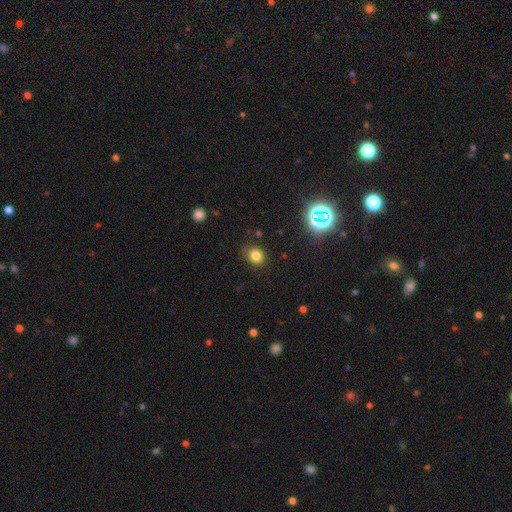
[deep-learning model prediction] smooth 78%, star or artifact 16%, featured or disk 6%. Down the decision tree: how rounded — round (69%); merging — none (82%).